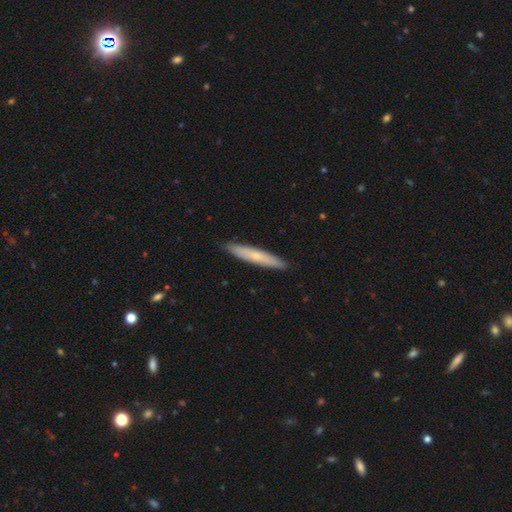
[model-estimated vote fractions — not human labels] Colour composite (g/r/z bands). It shows a smooth galaxy with no disk features (59%) that is cigar-shaped (92%). Merging: none (90%).